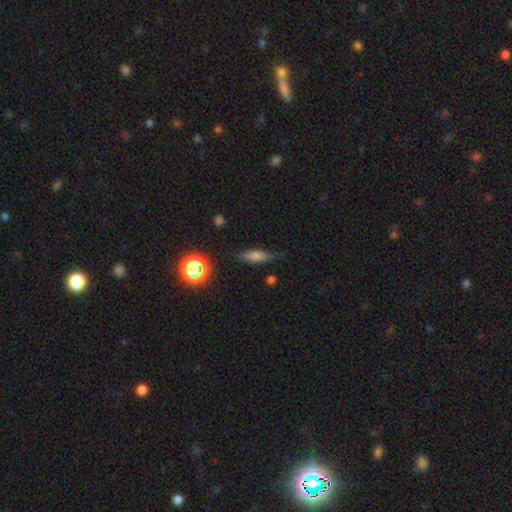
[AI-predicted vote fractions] smooth-or-featured: smooth: 67% | featured or disk: 21% | star or artifact: 12%
  how-rounded: cigar-shaped: 53% | in between: 42% | round: 5%
  merging: none: 78% | minor disturbance: 17% | major disturbance: 4% | merger: 2%